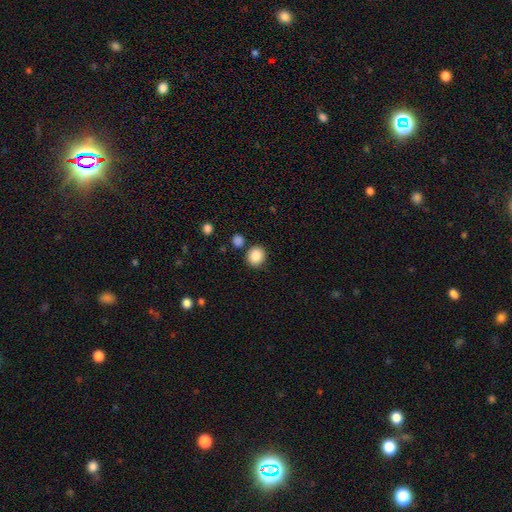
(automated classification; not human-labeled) Q: Smooth or featured?
A: smooth (86%); runner-up: star or artifact (9%)
Q: How rounded?
A: round (85%); runner-up: in between (14%)
Q: Merging?
A: none (85%); runner-up: minor disturbance (7%)